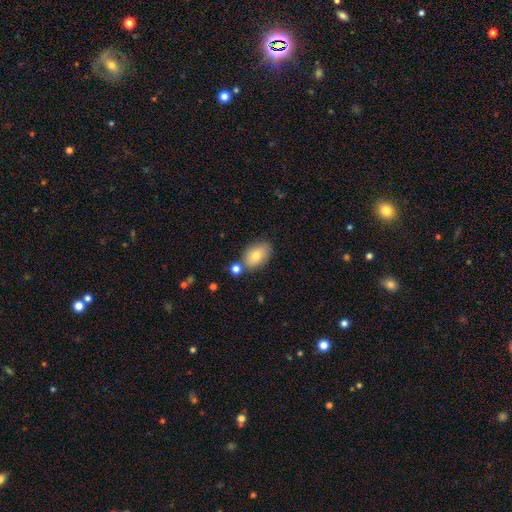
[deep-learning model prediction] This appears to be a smooth galaxy with no disk features (78%) that is in between round and cigar-shaped (88%). Merging: none (69%).